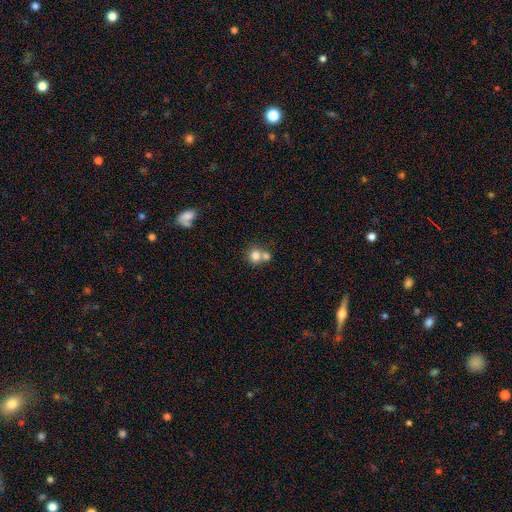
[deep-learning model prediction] The model was most divided on "merging": merger: 45%, none: 44%, minor disturbance: 7%, major disturbance: 3%. More confident: how rounded — round (83%); smooth or featured — smooth (79%).